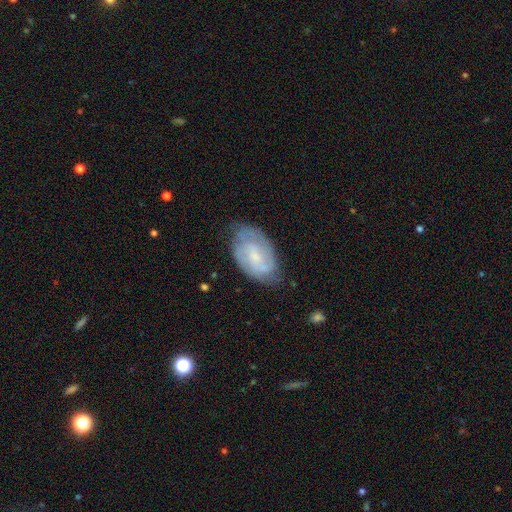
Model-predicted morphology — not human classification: The model was most divided on "bar": weak: 50%, no: 37%, strong: 14%. More confident: edge-on disk — no (96%); spiral arms — yes (92%); merging — none (77%); smooth or featured — featured or disk (72%); bulge size — small (59%); spiral arm count — 2 (59%); spiral winding — tight (57%).